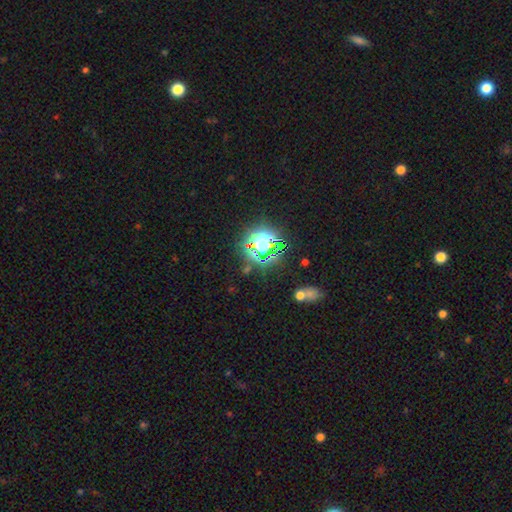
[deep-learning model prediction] star or artifact 78%, smooth 14%, featured or disk 7%.